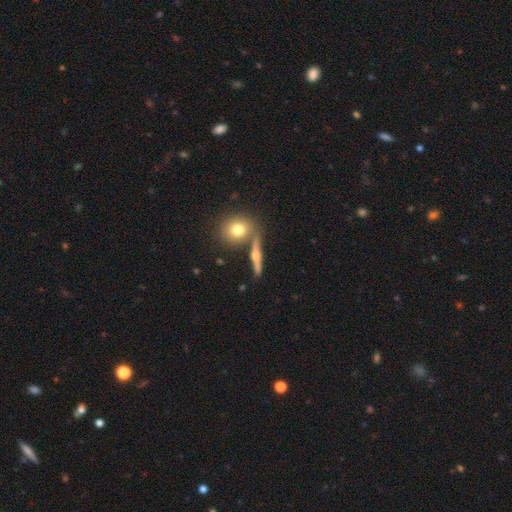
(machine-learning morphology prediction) type=featured or disk (62%); edge-on=yes (93%); edge-on bulge=rounded (92%); merging=none (74%).